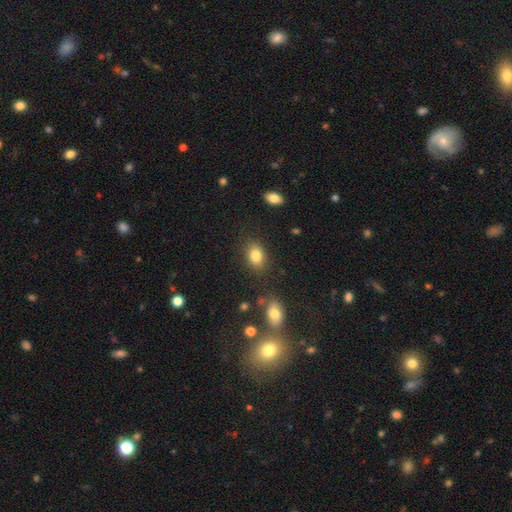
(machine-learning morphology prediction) Q: Smooth or featured?
A: smooth (83%); runner-up: star or artifact (9%)
Q: How rounded?
A: in between (78%); runner-up: round (21%)
Q: Merging?
A: none (83%); runner-up: minor disturbance (10%)